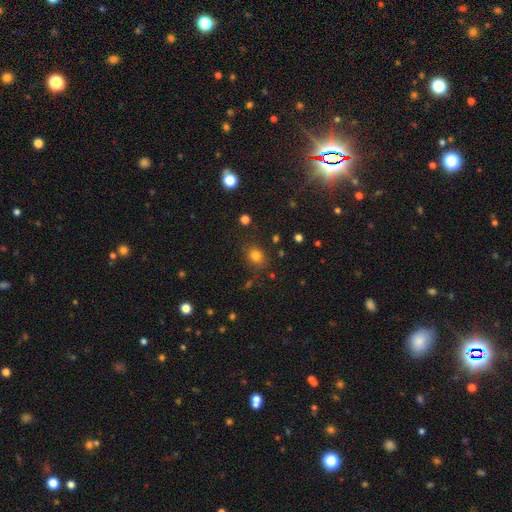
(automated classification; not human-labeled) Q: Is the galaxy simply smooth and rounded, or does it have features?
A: smooth — 78%.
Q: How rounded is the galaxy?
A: round — 59%.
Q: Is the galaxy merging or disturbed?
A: none — 81%.